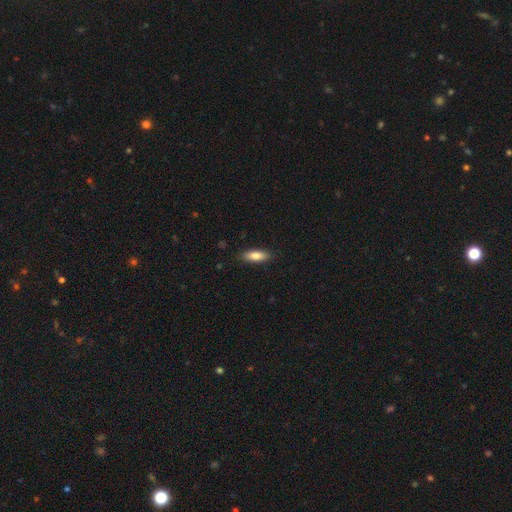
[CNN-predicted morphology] Q: Smooth or featured?
A: smooth (83%); runner-up: featured or disk (10%)
Q: How rounded?
A: in between (66%); runner-up: cigar-shaped (32%)
Q: Merging?
A: none (87%); runner-up: minor disturbance (10%)